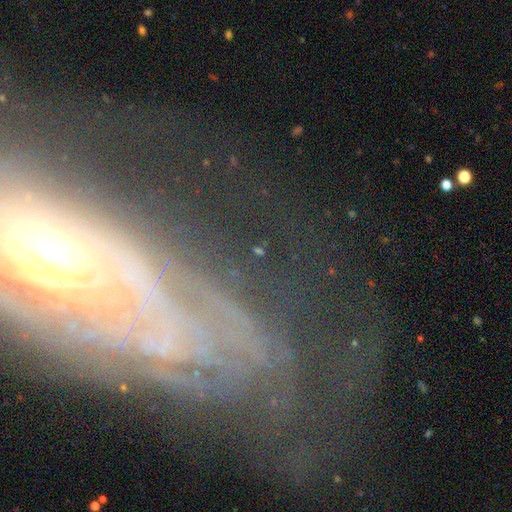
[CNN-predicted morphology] The model was most divided on "bulge size": moderate: 45%, small: 33%, large: 12%, none: 6%, dominant: 4%. More confident: edge-on disk — no (83%); spiral arms — yes (74%); smooth or featured — featured or disk (72%); bar — no (66%); merging — none (58%).